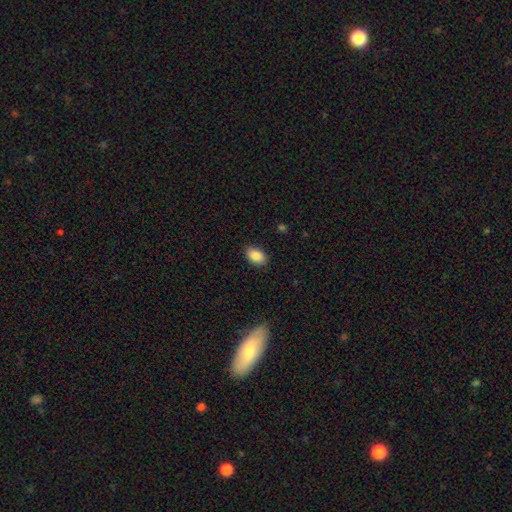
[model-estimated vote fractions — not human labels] smooth-or-featured: smooth: 88% | star or artifact: 7% | featured or disk: 4%
  how-rounded: in between: 90% | round: 9% | cigar-shaped: 1%
  merging: none: 88% | minor disturbance: 9% | major disturbance: 2% | merger: 1%